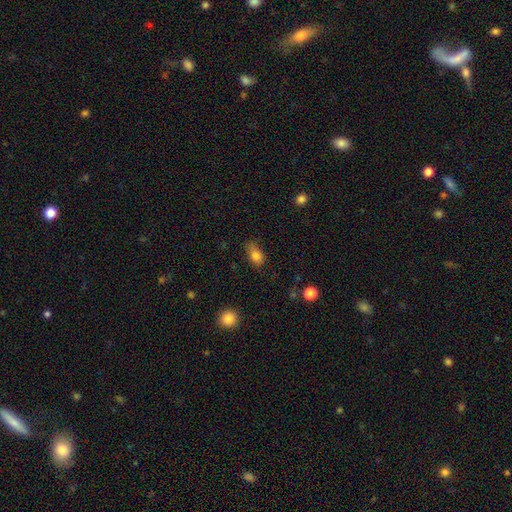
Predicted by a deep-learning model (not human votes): Smooth or featured? Predicted: smooth (p=0.82). How rounded? Predicted: in between (p=0.77). Merging? Predicted: none (p=0.56).